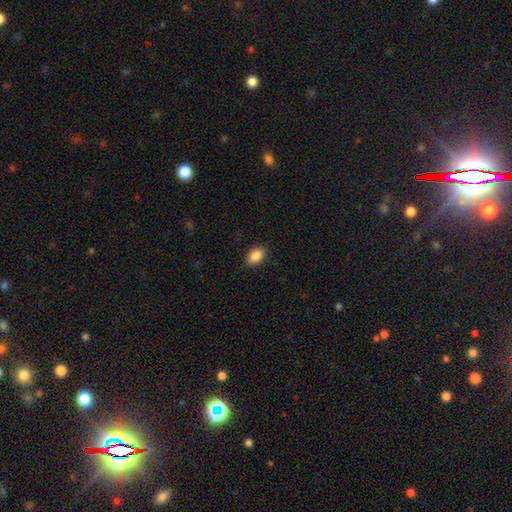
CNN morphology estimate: Smooth or featured? smooth (88%)
How rounded? in between (87%)
Merging? none (85%)